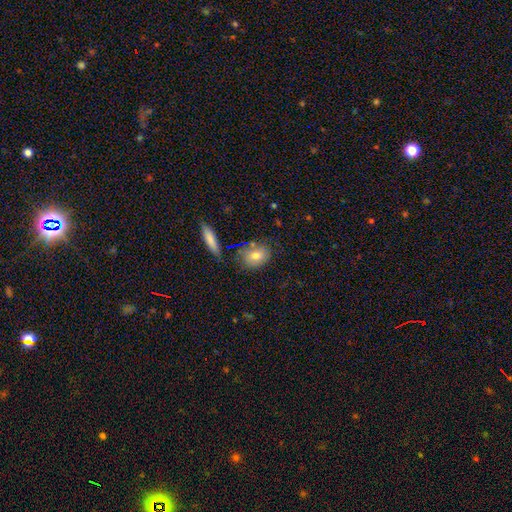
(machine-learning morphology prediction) Overall: smooth (78%). How rounded: in between (67%; round 30%). Merging: none (71%).